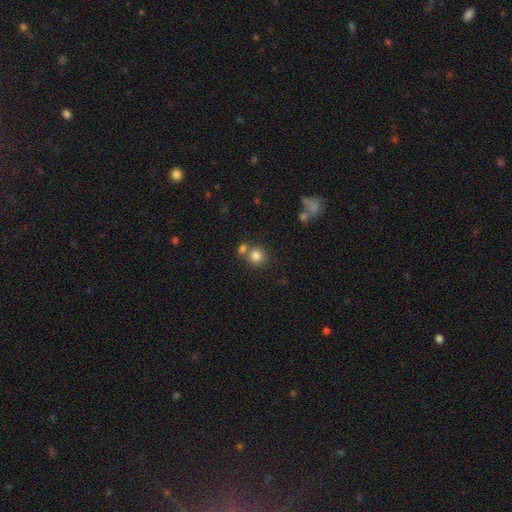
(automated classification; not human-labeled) This appears to be a smooth galaxy with no disk features (82%) that is round (89%). Merging: none (62%).